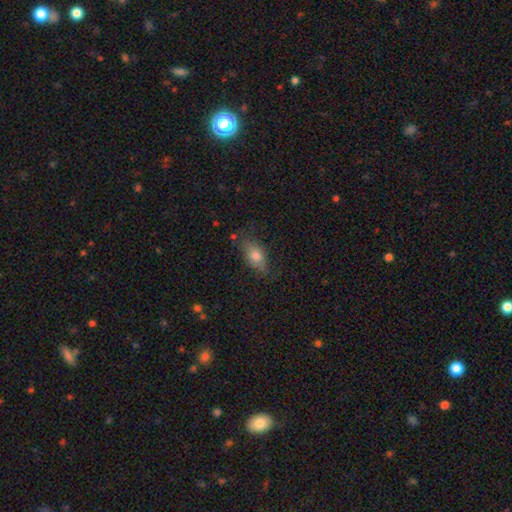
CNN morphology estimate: Smooth or featured: smooth — 70% (featured or disk — 21%)
How rounded: in between — 81% (cigar-shaped — 12%)
Merging: none — 70% (minor disturbance — 22%)